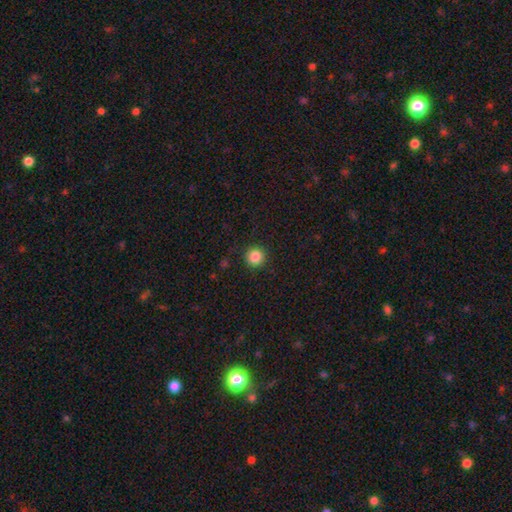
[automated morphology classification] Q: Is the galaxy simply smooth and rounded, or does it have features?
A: smooth — 86%.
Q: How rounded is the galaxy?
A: round — 95%.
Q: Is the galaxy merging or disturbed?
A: none — 92%.